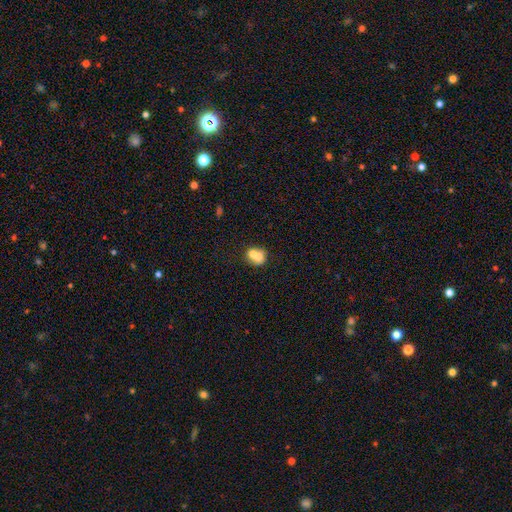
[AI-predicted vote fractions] This appears to be a smooth galaxy with no disk features (67%) that is round (63%). Merging: merger (64%).